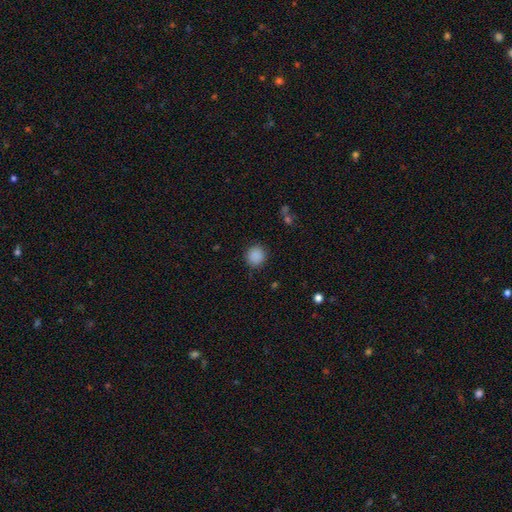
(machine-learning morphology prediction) Smooth or featured?
  - smooth: 88% *
  - star or artifact: 9%
  - featured or disk: 3%
How rounded?
  - round: 88% *
  - in between: 11%
  - cigar-shaped: 1%
Merging?
  - none: 88% *
  - minor disturbance: 8%
  - major disturbance: 3%
  - merger: 1%